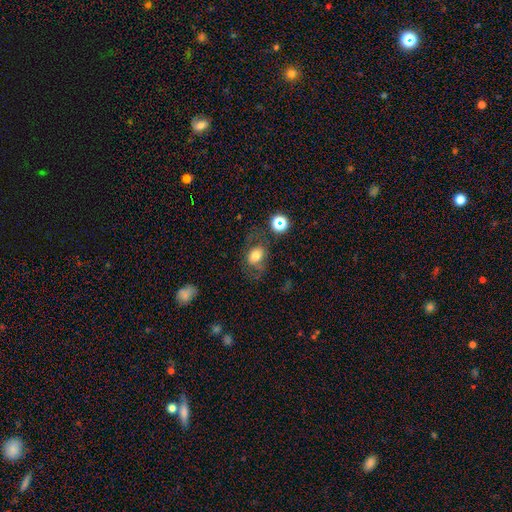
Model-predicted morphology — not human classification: Smooth or featured? smooth (68%)
How rounded? in between (61%)
Merging? none (60%)